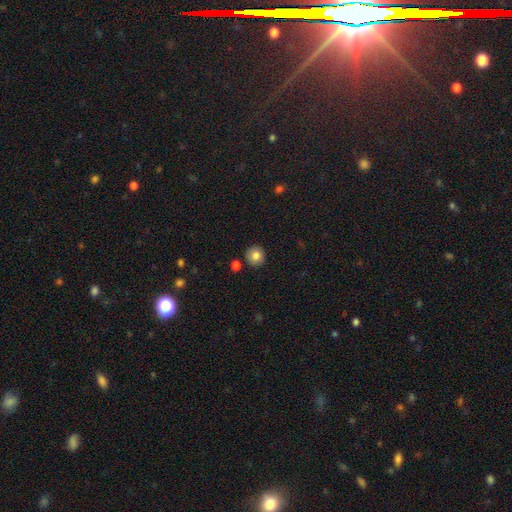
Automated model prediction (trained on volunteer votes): This appears to be a smooth galaxy with no disk features (84%) that is round (92%). Merging: none (88%).